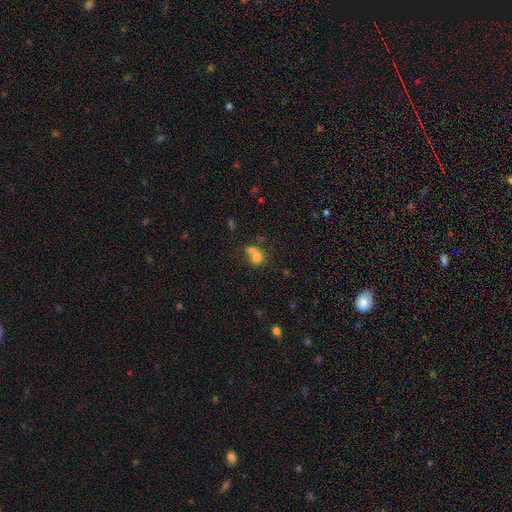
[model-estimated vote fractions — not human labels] This appears to be a smooth galaxy with no disk features (73%) that is round (70%). Merging: merger (59%).